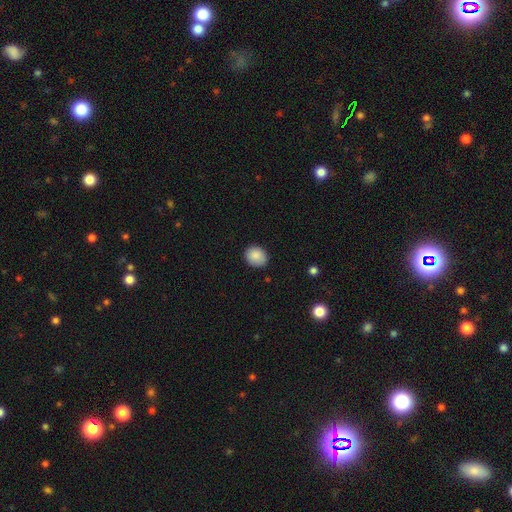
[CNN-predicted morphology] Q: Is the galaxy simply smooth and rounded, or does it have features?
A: smooth — 88%.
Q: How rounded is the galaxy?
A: round — 62%.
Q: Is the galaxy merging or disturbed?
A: none — 85%.